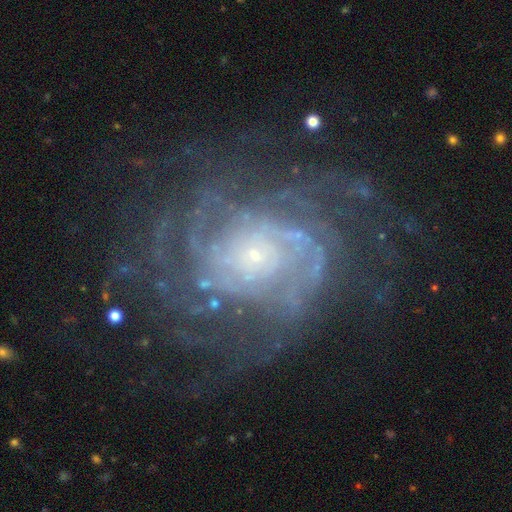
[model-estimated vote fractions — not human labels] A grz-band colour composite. It shows a featured or disk galaxy (87%) with no bar (77%), tight (65%) spiral arms (96%) and a small central bulge (80%). Merging: none (71%).